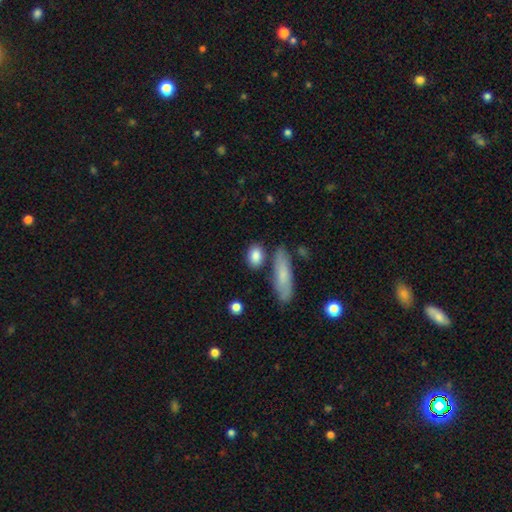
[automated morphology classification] Overall: smooth (86%). How rounded: in between (71%). Merging: none (74%).